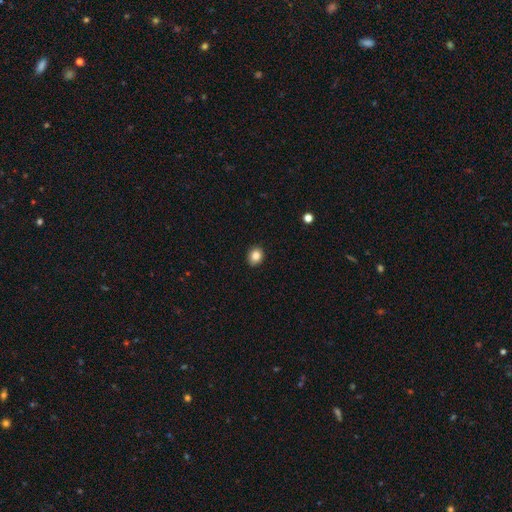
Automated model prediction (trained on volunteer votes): smooth_or_featured: smooth (p=0.86) [alt: star or artifact p=0.10]
how_rounded: round (p=0.59) [alt: in between p=0.40]
merging: none (p=0.90) [alt: minor disturbance p=0.08]